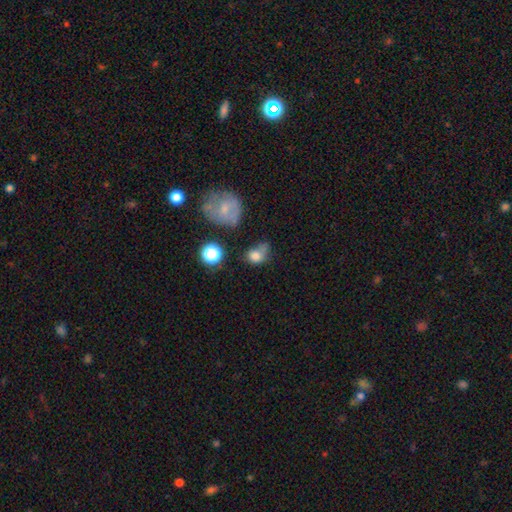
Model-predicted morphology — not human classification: Smooth or featured? smooth (73%)
How rounded? round (50%)
Merging? none (33%)